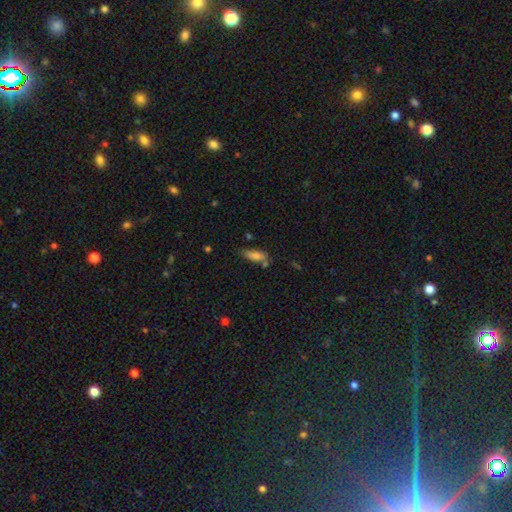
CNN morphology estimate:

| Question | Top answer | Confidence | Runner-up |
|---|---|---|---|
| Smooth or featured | smooth | 77% | featured or disk (14%) |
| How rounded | in between | 64% | cigar-shaped (34%) |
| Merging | none | 58% | minor disturbance (22%) |